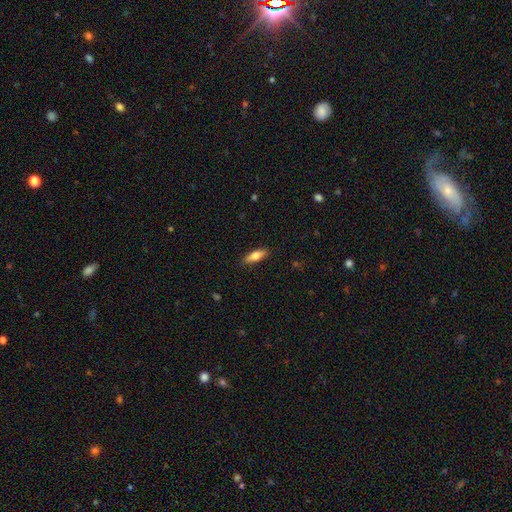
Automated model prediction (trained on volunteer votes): The model was most divided on "how rounded": in between: 56%, cigar-shaped: 42%, round: 2%. More confident: merging — none (87%); smooth or featured — smooth (72%).